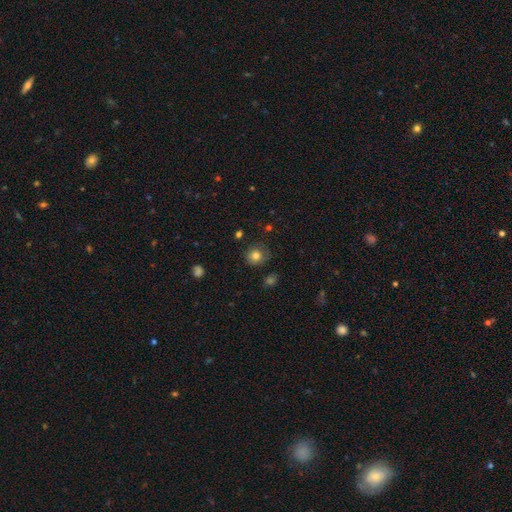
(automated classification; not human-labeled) Smooth or featured?
  - smooth: 80% *
  - star or artifact: 12%
  - featured or disk: 8%
How rounded?
  - round: 87% *
  - in between: 12%
  - cigar-shaped: 1%
Merging?
  - none: 77% *
  - minor disturbance: 16%
  - major disturbance: 5%
  - merger: 2%